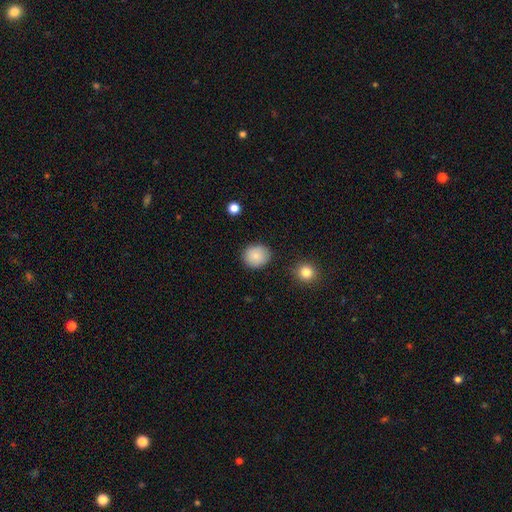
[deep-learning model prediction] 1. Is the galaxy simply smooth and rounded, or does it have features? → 84% smooth, 9% star or artifact, 7% featured or disk.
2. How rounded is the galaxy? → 82% round, 17% in between, 1% cigar-shaped.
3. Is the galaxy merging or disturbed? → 87% none, 9% minor disturbance, 2% major disturbance, 2% merger.